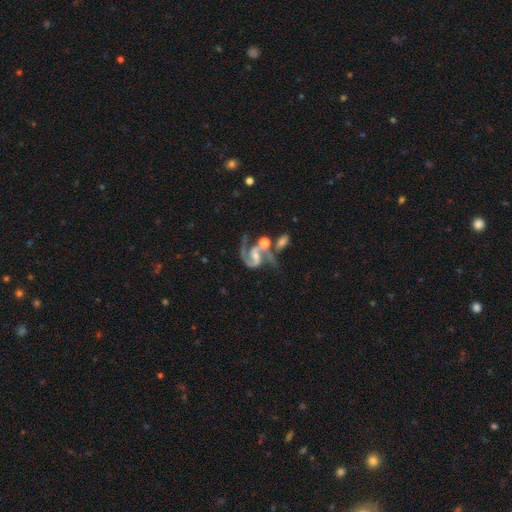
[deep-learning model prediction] The model was most divided on "bulge size": small: 51%, moderate: 38%, none: 7%, large: 3%, dominant: 1%. Remaining: edge-on disk — no (98%); spiral arms — yes (98%); smooth or featured — featured or disk (91%); spiral arm count — 2 (89%); spiral winding — medium (60%); bar — weak (43%); merging — none (42%).